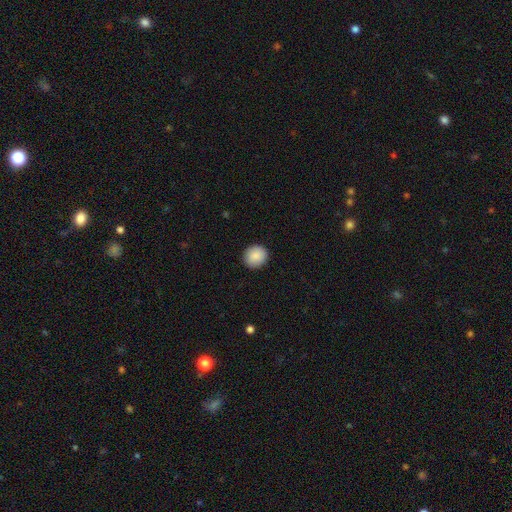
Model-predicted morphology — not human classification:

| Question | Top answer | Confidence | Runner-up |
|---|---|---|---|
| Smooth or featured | smooth | 89% | star or artifact (7%) |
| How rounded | round | 87% | in between (12%) |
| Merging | none | 91% | minor disturbance (6%) |